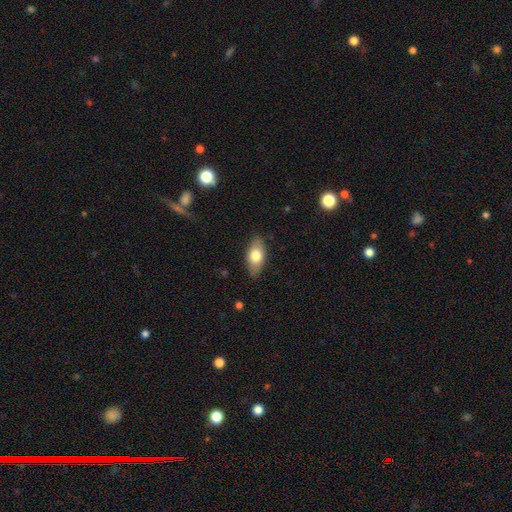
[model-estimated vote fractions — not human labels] This appears to be a smooth galaxy with no disk features (72%) that is in between round and cigar-shaped (87%). Merging: none (83%).